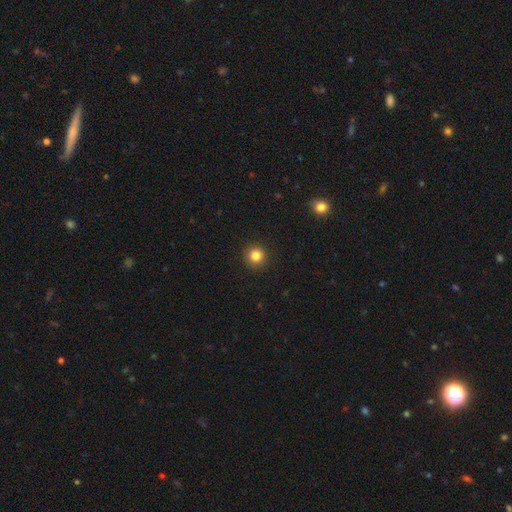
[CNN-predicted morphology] Smooth or featured: smooth — 84% (star or artifact — 11%)
How rounded: round — 94% (in between — 5%)
Merging: none — 93% (minor disturbance — 5%)